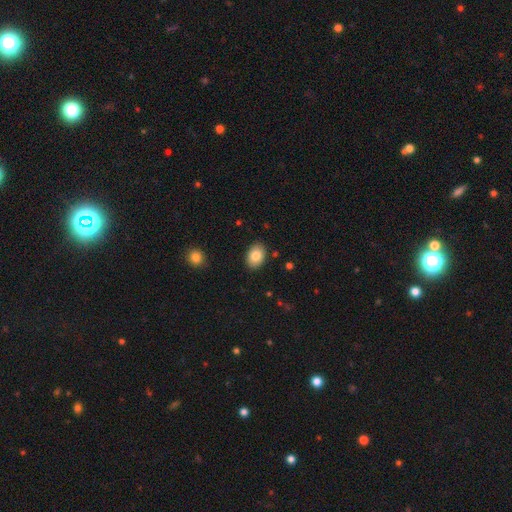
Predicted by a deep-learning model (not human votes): Smooth or featured?
  - smooth: 82% *
  - featured or disk: 10%
  - star or artifact: 7%
How rounded?
  - in between: 80% *
  - round: 19%
  - cigar-shaped: 1%
Merging?
  - none: 88% *
  - minor disturbance: 9%
  - major disturbance: 2%
  - merger: 1%